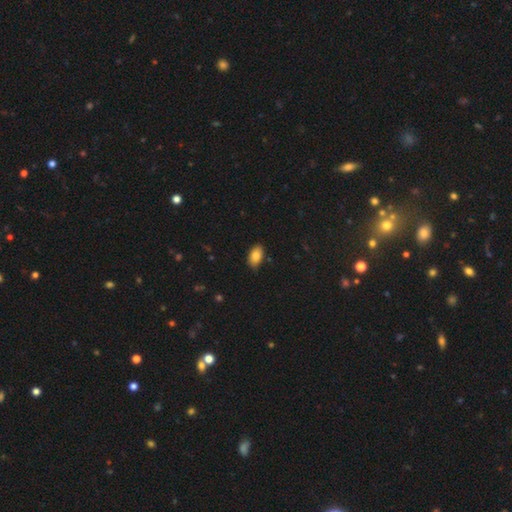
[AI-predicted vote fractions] Overall: smooth (84%). How rounded: in between (93%). Merging: none (84%).